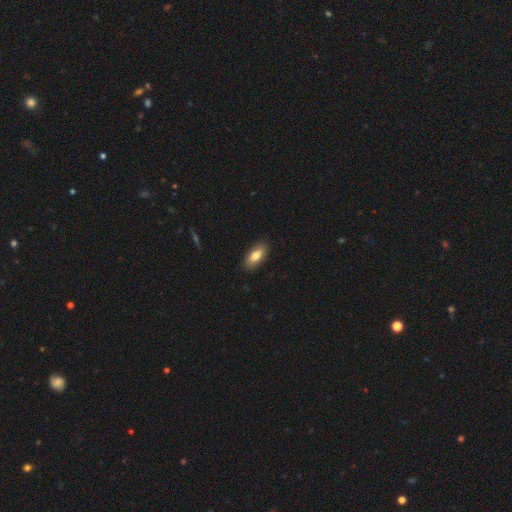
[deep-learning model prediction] The model was most divided on "smooth or featured": smooth: 77%, featured or disk: 16%, star or artifact: 7%. More confident: merging — none (88%); how rounded — in between (87%).